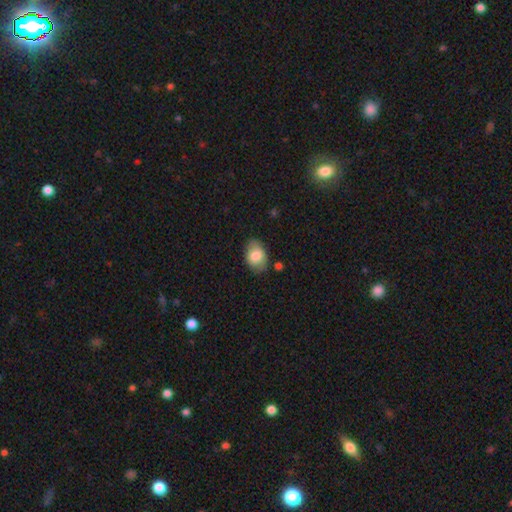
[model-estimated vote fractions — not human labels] A smooth galaxy with no disk features (78%) that is in between round and cigar-shaped (85%).

Vote fractions:
- Smooth or featured? smooth: 78% / featured or disk: 15% / star or artifact: 7%
- How rounded? in between: 85% / round: 14% / cigar-shaped: 1%
- Merging? none: 75% / minor disturbance: 18% / major disturbance: 4% / merger: 3%